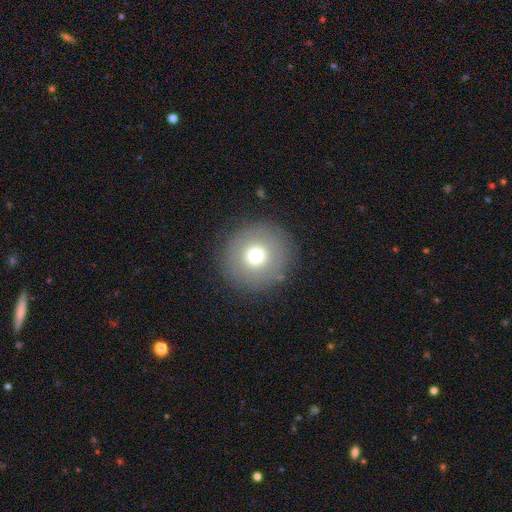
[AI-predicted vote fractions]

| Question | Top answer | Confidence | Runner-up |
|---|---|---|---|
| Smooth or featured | smooth | 71% | featured or disk (17%) |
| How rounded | round | 95% | in between (4%) |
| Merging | none | 88% | minor disturbance (7%) |